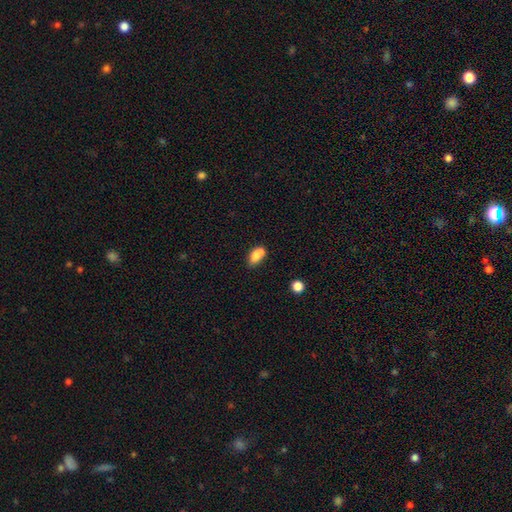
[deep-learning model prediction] Smooth or featured: smooth — 77% (featured or disk — 14%)
How rounded: in between — 87% (round — 9%)
Merging: none — 39% (merger — 33%)